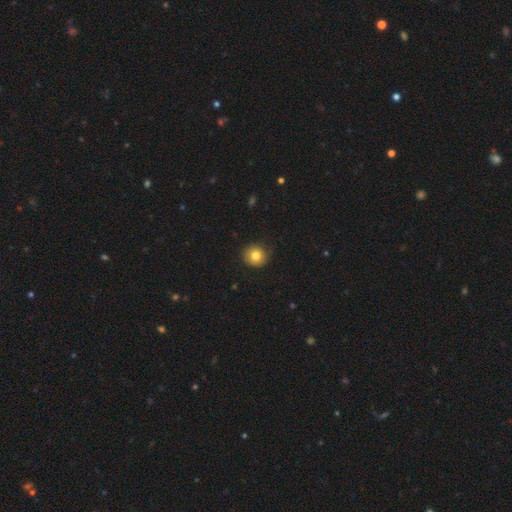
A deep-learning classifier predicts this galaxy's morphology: Smooth or featured? Predicted: smooth (p=0.82). How rounded? Predicted: round (p=0.92). Merging? Predicted: none (p=0.87).